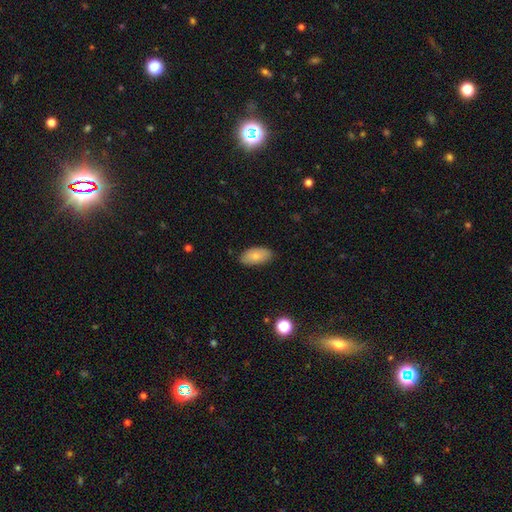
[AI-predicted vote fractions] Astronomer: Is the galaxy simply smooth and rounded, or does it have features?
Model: smooth — 79%.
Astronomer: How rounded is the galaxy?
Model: in between — 93%.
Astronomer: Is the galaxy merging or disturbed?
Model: none — 83%.